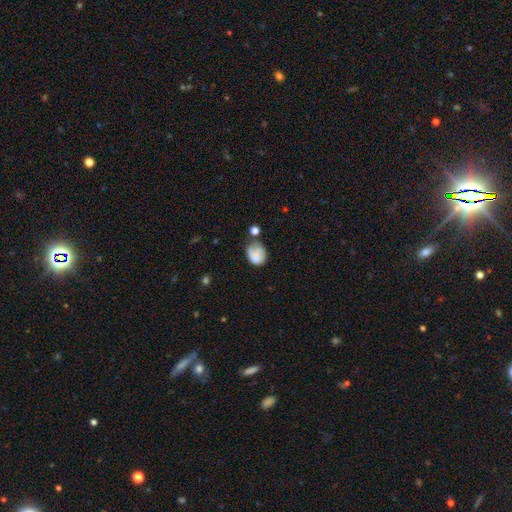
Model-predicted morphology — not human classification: Smooth or featured? Predicted: smooth (p=0.70). How rounded? Predicted: in between (p=0.58). Merging? Predicted: none (p=0.34).